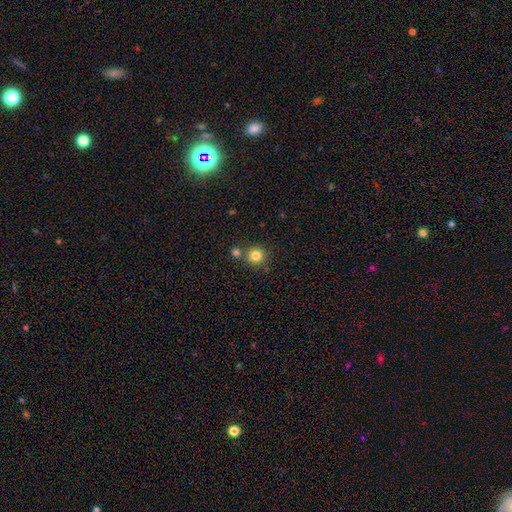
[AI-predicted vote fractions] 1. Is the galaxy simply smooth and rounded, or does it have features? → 82% smooth, 12% star or artifact, 6% featured or disk.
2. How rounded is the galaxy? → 94% round, 5% in between, 1% cigar-shaped.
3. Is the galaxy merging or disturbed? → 71% none, 19% merger, 8% minor disturbance, 2% major disturbance.